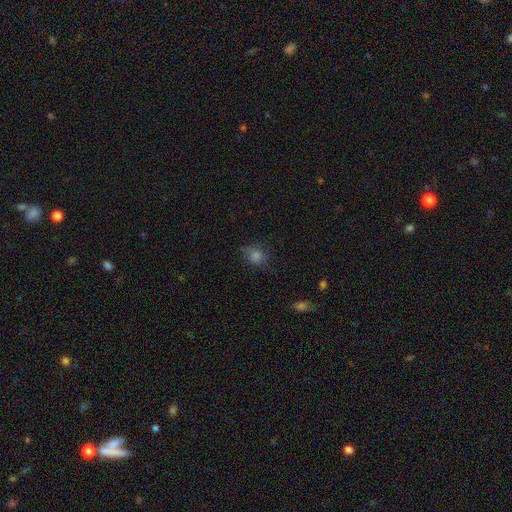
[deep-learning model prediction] smooth 71%, star or artifact 21%, featured or disk 8%. Down the decision tree: how rounded — round (71%); merging — none (77%).